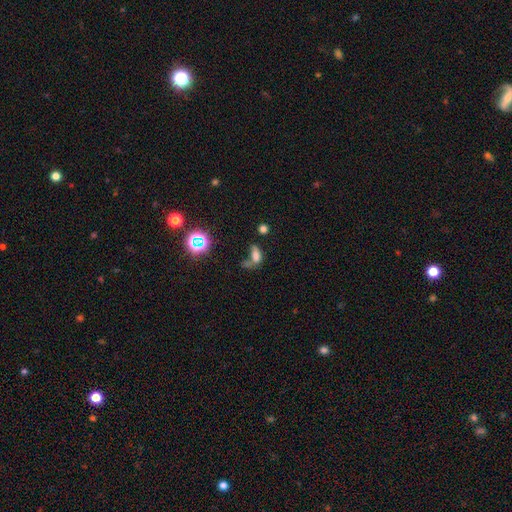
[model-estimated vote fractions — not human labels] Morphology: type=smooth (62%); roundness=in between (80%); merging=merger (36%).